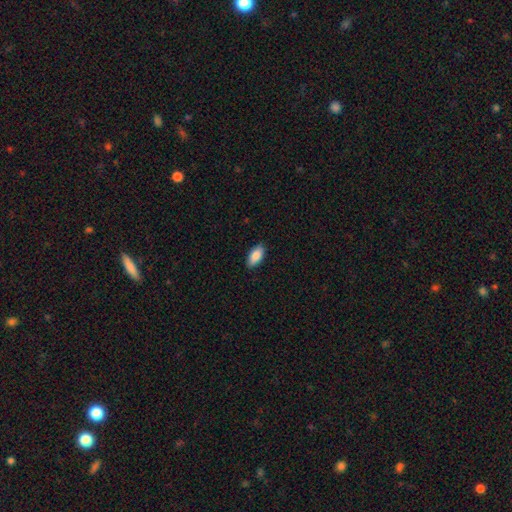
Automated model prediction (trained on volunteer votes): Morphology: type=smooth (87%); roundness=in between (92%); merging=none (88%).